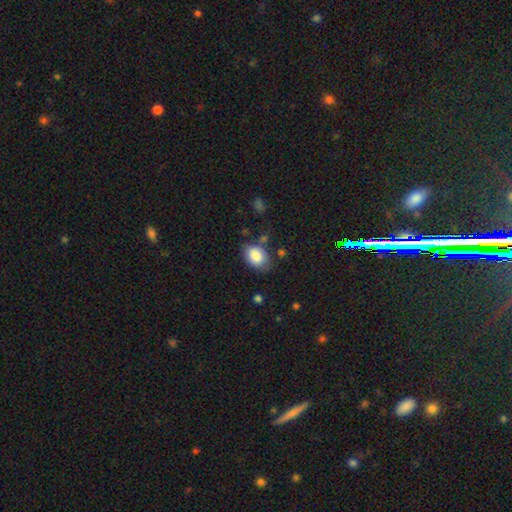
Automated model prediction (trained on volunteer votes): Q: Smooth or featured?
A: smooth (85%); runner-up: featured or disk (8%)
Q: How rounded?
A: in between (80%); runner-up: round (19%)
Q: Merging?
A: none (70%); runner-up: minor disturbance (20%)